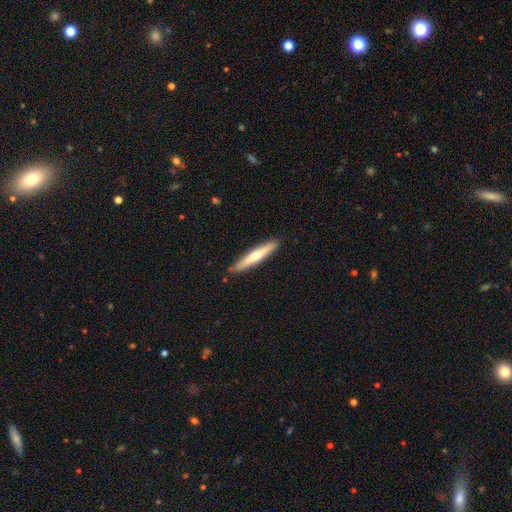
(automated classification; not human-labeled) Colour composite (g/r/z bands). It shows a smooth galaxy with no disk features (54%) that is cigar-shaped (93%). Merging: none (88%).